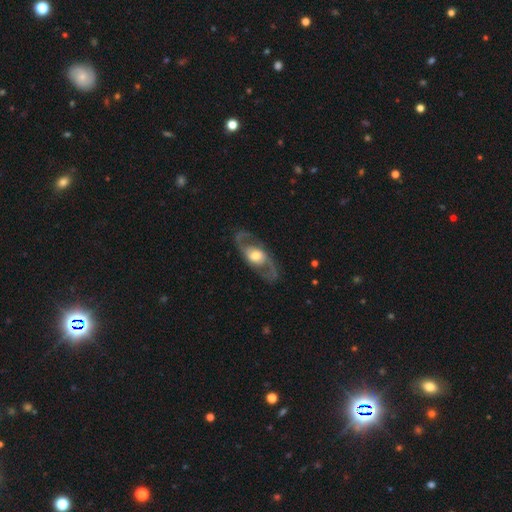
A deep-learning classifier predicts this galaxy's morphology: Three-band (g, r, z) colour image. It shows a featured or disk galaxy (83%) with no bar (58%), 2 (91%) medium (52%) spiral arms (85%) and a moderate central bulge (60%). Merging: none (82%).